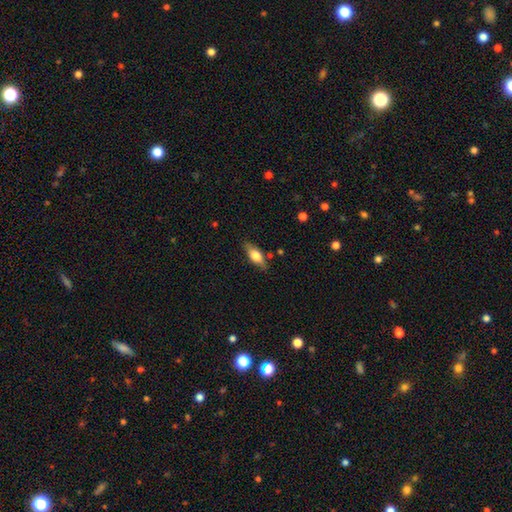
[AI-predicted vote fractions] The model was most divided on "smooth or featured": smooth: 65%, featured or disk: 29%, star or artifact: 7%. More confident: merging — none (80%); how rounded — in between (72%).